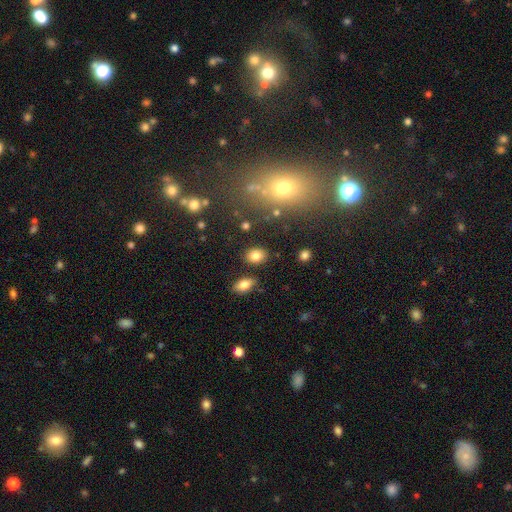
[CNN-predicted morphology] smooth 82%, star or artifact 10%, featured or disk 8%. Down the decision tree: how rounded — in between (65%); merging — none (83%).